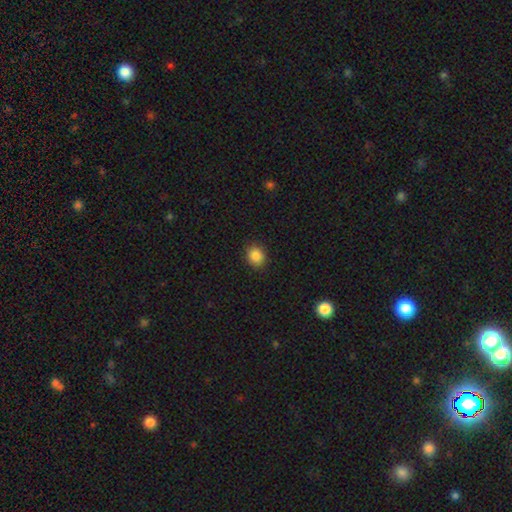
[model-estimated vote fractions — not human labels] smooth 86%, star or artifact 10%, featured or disk 4%. Down the decision tree: how rounded — round (64%); merging — none (89%).